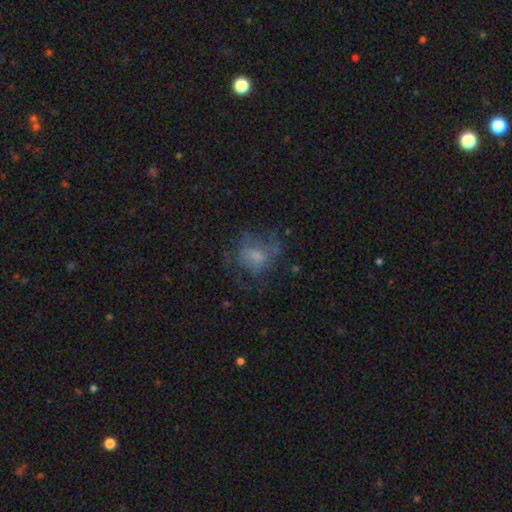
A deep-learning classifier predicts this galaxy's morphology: smooth 48%, featured or disk 38%, star or artifact 14%. Down the decision tree: merging — none (47%).